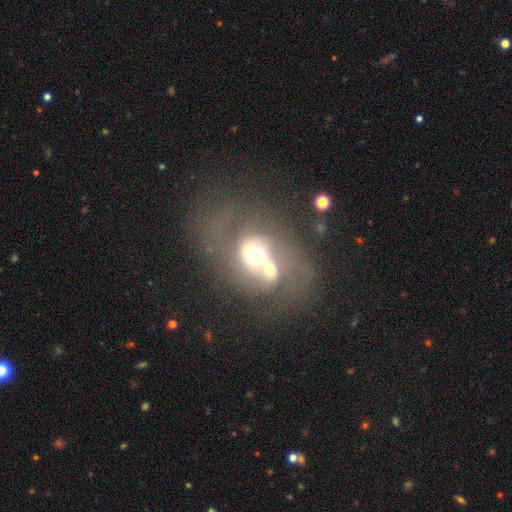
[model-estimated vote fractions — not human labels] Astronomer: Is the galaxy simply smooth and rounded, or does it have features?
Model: featured or disk — 60%.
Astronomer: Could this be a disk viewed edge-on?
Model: no — 97%.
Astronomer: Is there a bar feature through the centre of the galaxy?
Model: no — 73%.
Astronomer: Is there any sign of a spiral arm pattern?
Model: yes — 68%.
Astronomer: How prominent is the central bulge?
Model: moderate — 57%.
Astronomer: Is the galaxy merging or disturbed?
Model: merger — 61%.